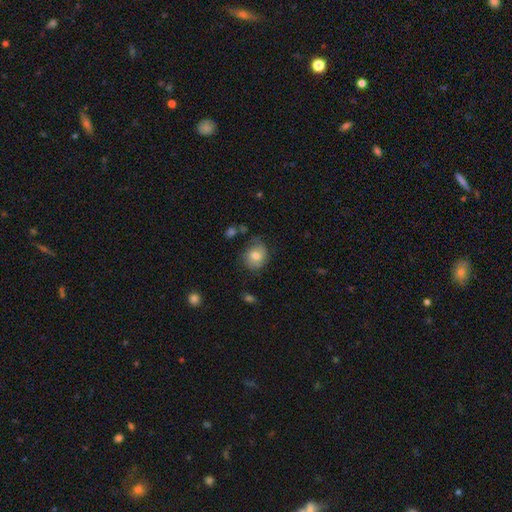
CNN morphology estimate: A smooth galaxy with no disk features (71%) that is round (65%).

Vote fractions:
- Smooth or featured? smooth: 71% / featured or disk: 20% / star or artifact: 8%
- How rounded? round: 65% / in between: 35% / cigar-shaped: 1%
- Merging? none: 65% / minor disturbance: 25% / major disturbance: 8% / merger: 3%